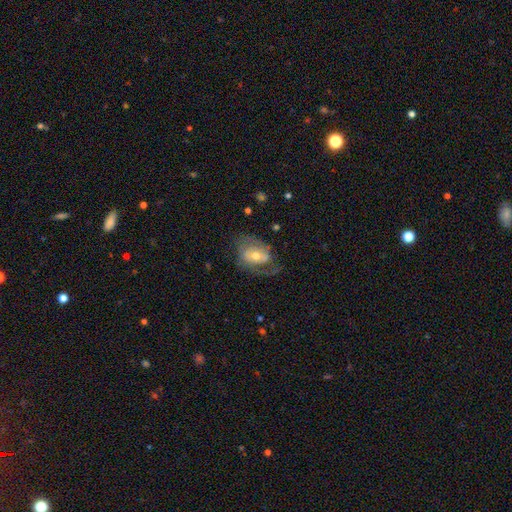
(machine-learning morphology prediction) smooth_or_featured: featured or disk (p=0.63) [alt: smooth p=0.30]
disk_edge_on: no (p=0.95) [alt: yes p=0.05]
bar: no (p=0.54) [alt: weak p=0.33]
has_spiral_arms: yes (p=0.74) [alt: no p=0.26]
bulge_size: moderate (p=0.61) [alt: small p=0.32]
merging: none (p=0.48) [alt: major disturbance p=0.27]